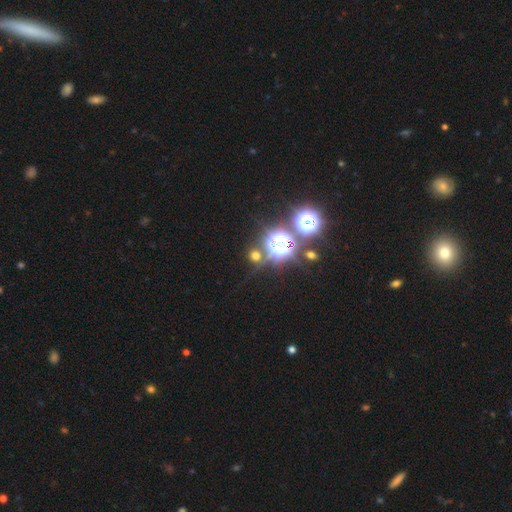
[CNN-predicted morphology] A star or artifact, not a galaxy (49%).

Vote fractions:
- Smooth or featured? star or artifact: 49% / smooth: 43% / featured or disk: 8%